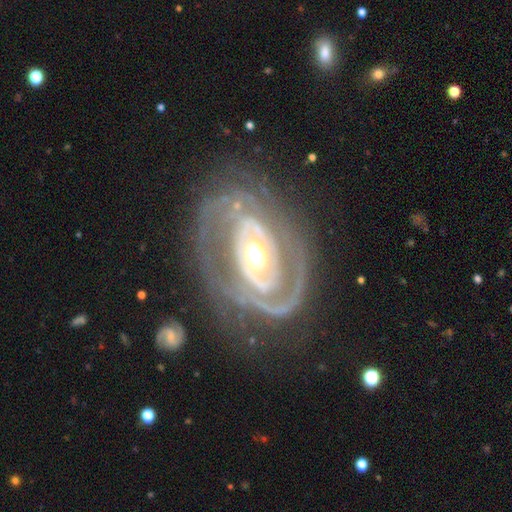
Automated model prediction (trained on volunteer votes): Morphology: type=featured or disk (87%); edge-on=no (94%); bar=no (55%); spiral arms=yes (81%); winding=tight (62%); arm count=2 (41%); bulge=moderate (65%); merging=none (65%).